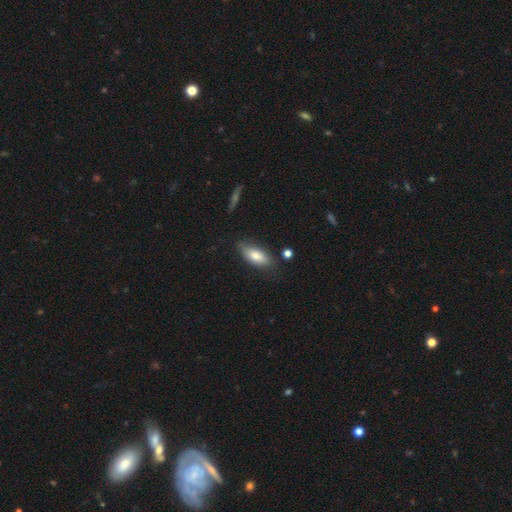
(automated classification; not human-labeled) The model was most divided on "merging": none: 73%, minor disturbance: 20%, major disturbance: 4%, merger: 3%. More confident: how rounded — in between (82%); smooth or featured — smooth (78%).